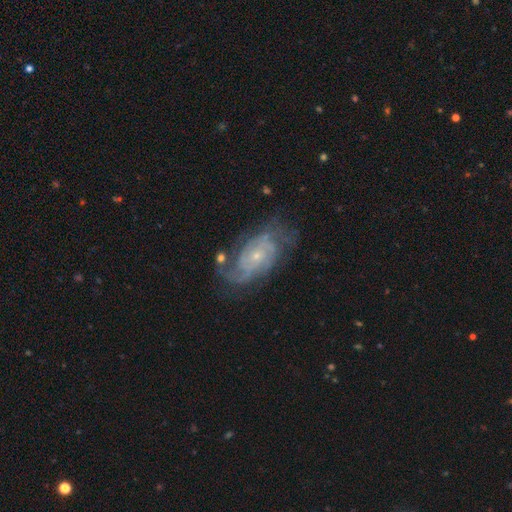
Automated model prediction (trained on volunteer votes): Smooth or featured: featured or disk — 77% (smooth — 12%)
Edge-on disk: no — 94% (yes — 6%)
Bar: no — 69% (weak — 26%)
Spiral arms: yes — 92% (no — 8%)
Spiral winding: tight — 52% (medium — 36%)
Spiral arm count: can't tell — 36% (2 — 31%)
Bulge size: small — 69% (moderate — 26%)
Merging: none — 71% (minor disturbance — 18%)